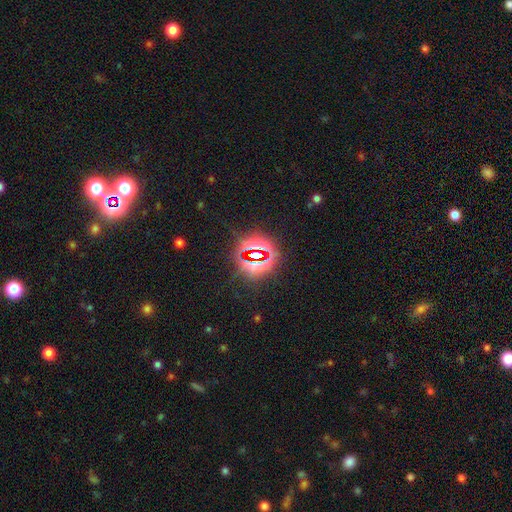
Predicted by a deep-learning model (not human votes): Morphology: type=star or artifact (78%).